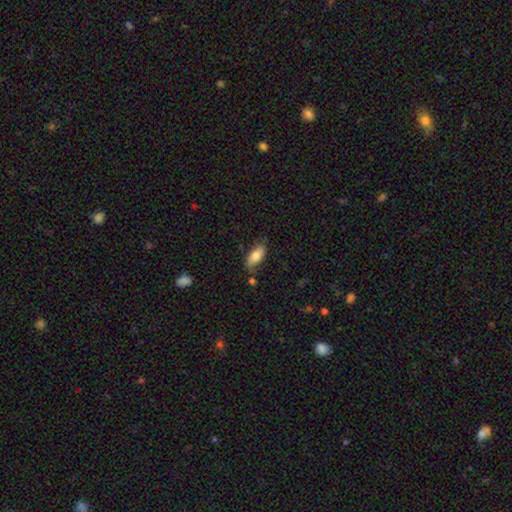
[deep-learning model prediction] Q: Smooth or featured?
A: smooth (74%); runner-up: featured or disk (19%)
Q: How rounded?
A: in between (83%); runner-up: cigar-shaped (15%)
Q: Merging?
A: none (70%); runner-up: minor disturbance (21%)